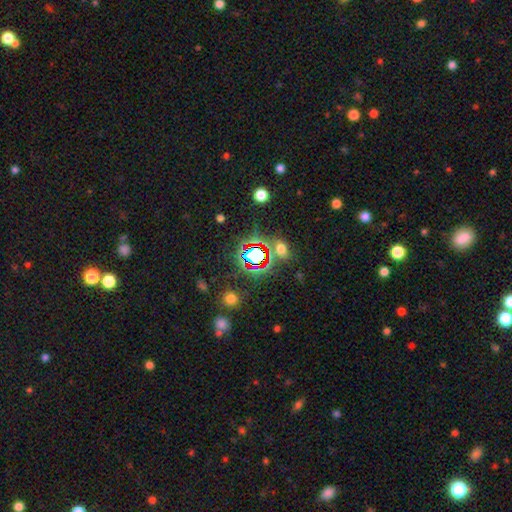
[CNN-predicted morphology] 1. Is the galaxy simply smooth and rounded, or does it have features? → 66% star or artifact, 23% smooth, 11% featured or disk.